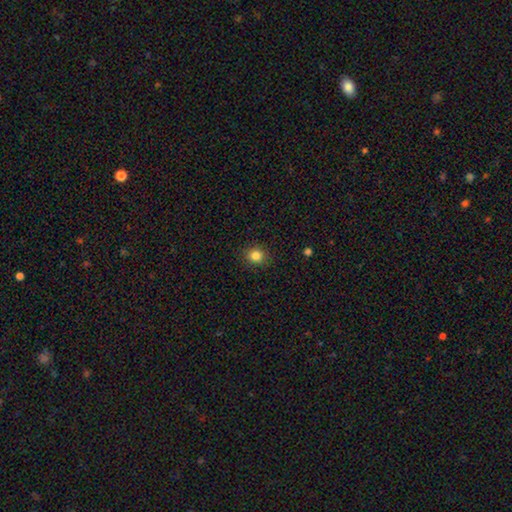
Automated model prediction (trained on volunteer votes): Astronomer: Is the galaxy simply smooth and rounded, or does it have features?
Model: smooth — 83%.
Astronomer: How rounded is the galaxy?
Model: round — 78%.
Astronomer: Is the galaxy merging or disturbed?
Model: none — 90%.